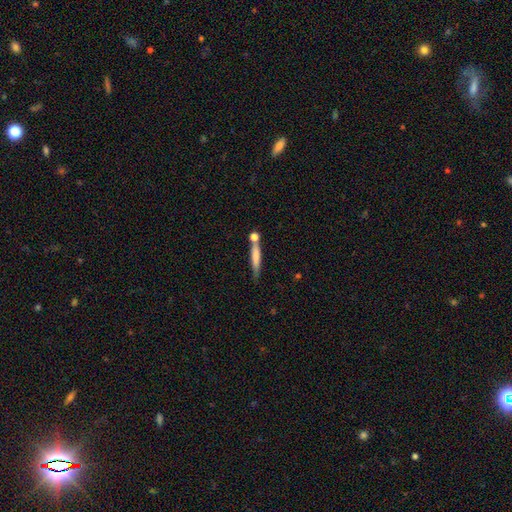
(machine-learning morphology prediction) This is likely a smooth galaxy (65%). How rounded: clearly cigar-shaped (90%). Merging: likely none (61%).